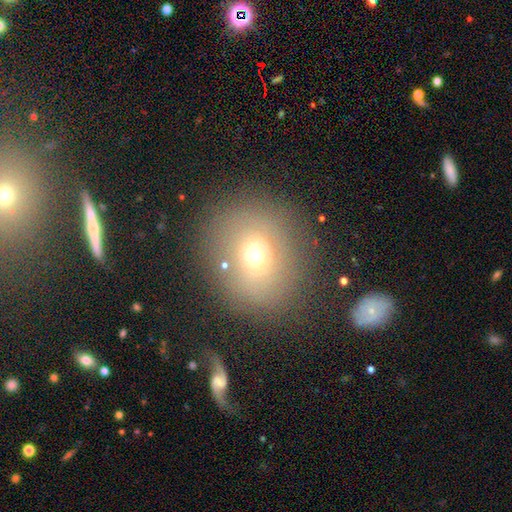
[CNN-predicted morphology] Smooth or featured: smooth — 66% (featured or disk — 18%)
How rounded: round — 79% (in between — 20%)
Merging: none — 77% (minor disturbance — 12%)